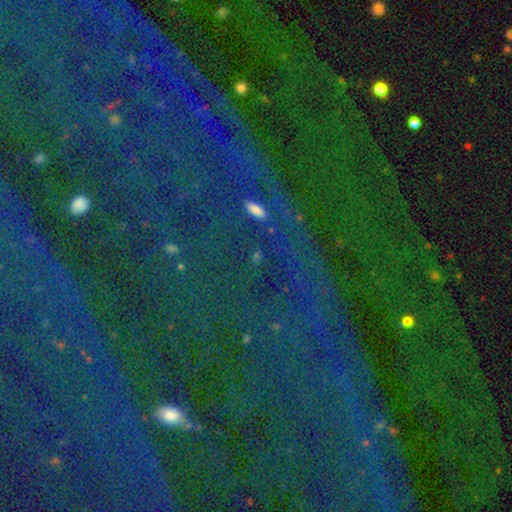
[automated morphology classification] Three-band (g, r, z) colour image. It shows a star or artifact, not a galaxy (84%).